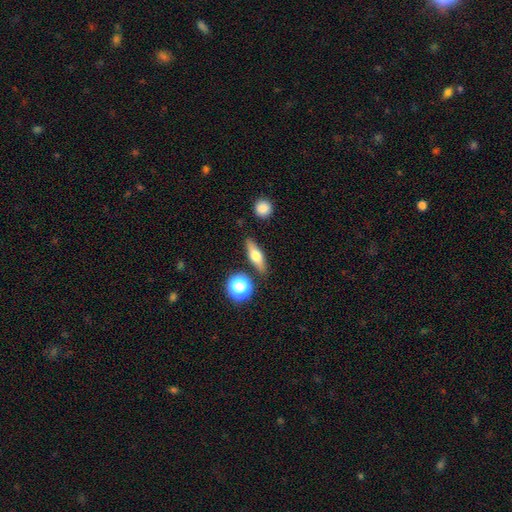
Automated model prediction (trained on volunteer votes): A smooth galaxy with no disk features (51%) that is cigar-shaped (47%).

Vote fractions:
- Smooth or featured? smooth: 51% / featured or disk: 40% / star or artifact: 9%
- How rounded? cigar-shaped: 47% / in between: 43% / round: 9%
- Merging? none: 84% / minor disturbance: 9% / merger: 4% / major disturbance: 3%